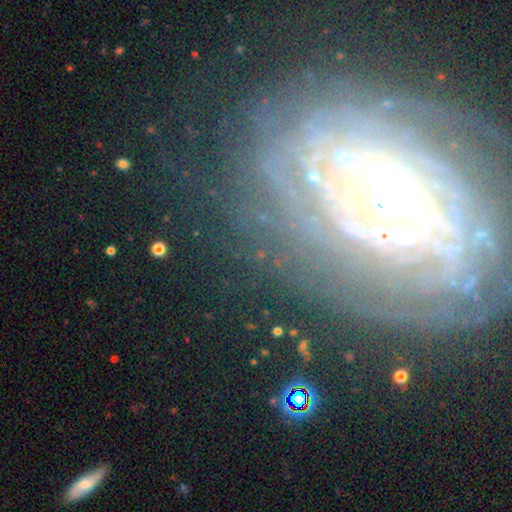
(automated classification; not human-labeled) Smooth or featured? featured or disk (81%)
Edge-on disk? no (94%)
Bar? no (75%)
Spiral arms? yes (89%)
Spiral winding? tight (80%)
Spiral arm count? can't tell (42%)
Bulge size? moderate (48%)
Merging? none (76%)